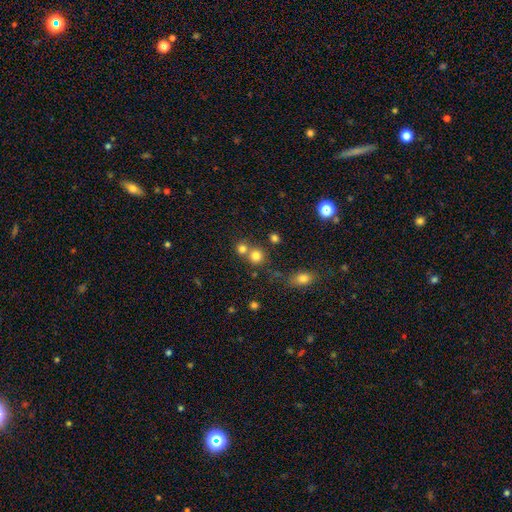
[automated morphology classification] This is likely a smooth galaxy (78%). How rounded: clearly round (87%). Merging: possibly none (56%).